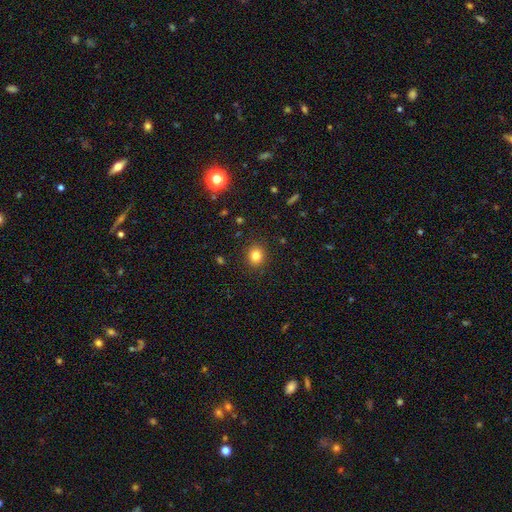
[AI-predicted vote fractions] A smooth galaxy with no disk features (82%) that is round (75%).

Vote fractions:
- Smooth or featured? smooth: 82% / star or artifact: 12% / featured or disk: 6%
- How rounded? round: 75% / in between: 24% / cigar-shaped: 1%
- Merging? none: 89% / minor disturbance: 7% / major disturbance: 2% / merger: 1%